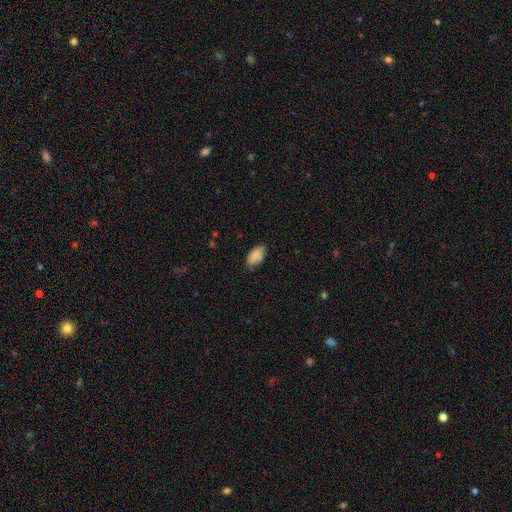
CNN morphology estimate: The model was most divided on "merging": none: 79%, minor disturbance: 17%, major disturbance: 3%, merger: 1%. More confident: how rounded — in between (94%); smooth or featured — smooth (87%).